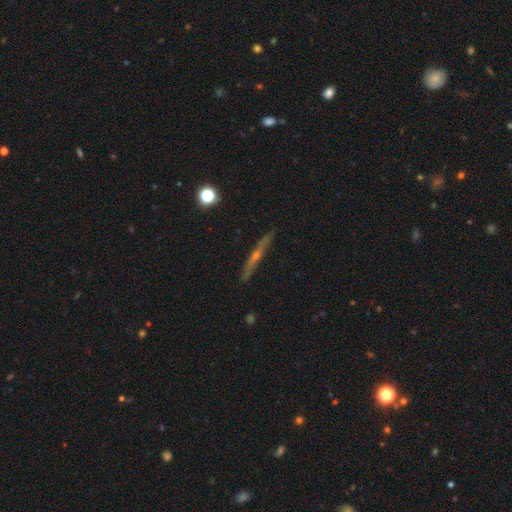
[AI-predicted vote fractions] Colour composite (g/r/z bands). It shows a featured or disk galaxy (76%) viewed edge-on (97%) with a rounded central bulge (79%). Merging: none (89%).